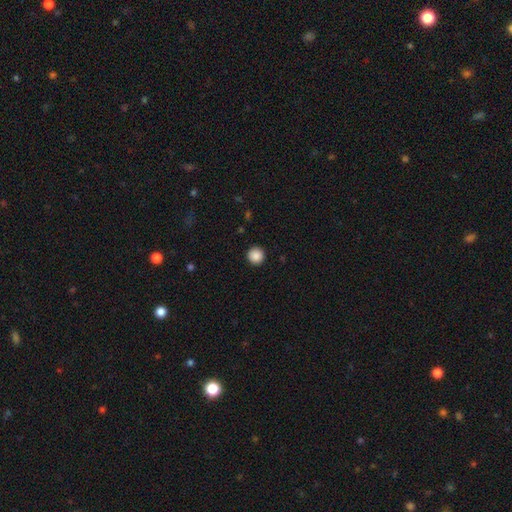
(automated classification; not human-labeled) Morphology: type=smooth (88%); roundness=round (96%); merging=none (93%).